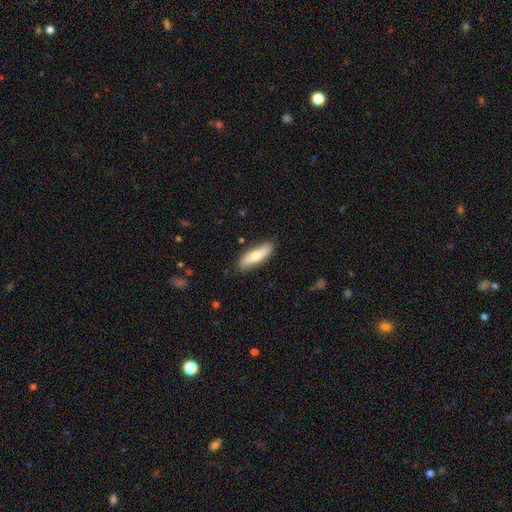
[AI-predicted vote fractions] smooth-or-featured: smooth: 67% | featured or disk: 28% | star or artifact: 6%
  how-rounded: cigar-shaped: 54% | in between: 44% | round: 2%
  merging: none: 83% | minor disturbance: 13% | major disturbance: 2% | merger: 2%